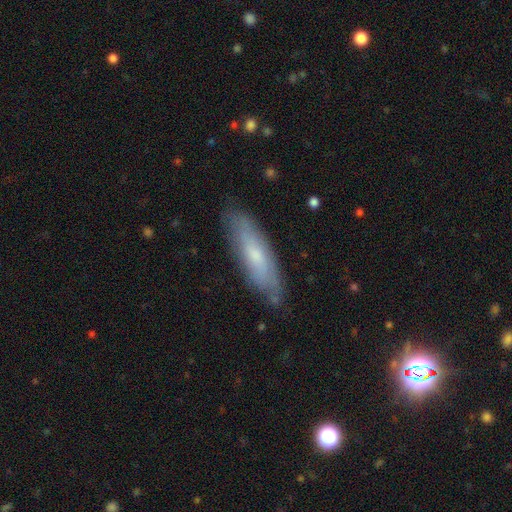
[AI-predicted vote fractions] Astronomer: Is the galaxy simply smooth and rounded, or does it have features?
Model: smooth — 56% (runner-up: featured or disk, 38%).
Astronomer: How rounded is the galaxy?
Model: cigar-shaped — 62%.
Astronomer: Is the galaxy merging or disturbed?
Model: none — 79%.